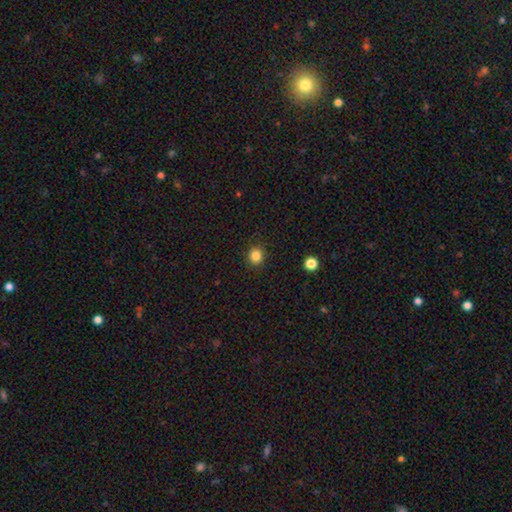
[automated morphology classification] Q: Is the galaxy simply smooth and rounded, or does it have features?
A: smooth — 85%.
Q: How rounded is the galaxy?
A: round — 82%.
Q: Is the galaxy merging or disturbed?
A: none — 90%.